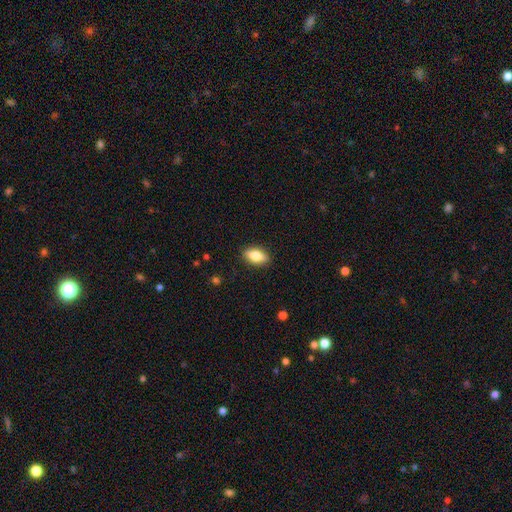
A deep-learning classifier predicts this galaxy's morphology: A smooth galaxy with no disk features (75%) that is in between round and cigar-shaped (85%). Merging: none (88%).